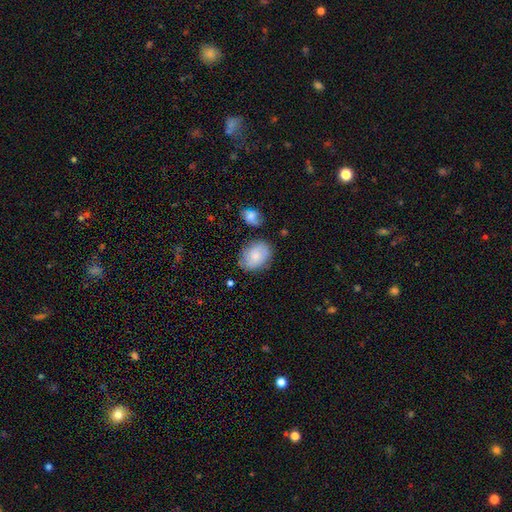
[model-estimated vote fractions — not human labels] This is likely a smooth galaxy (71%). How rounded: likely in between (68%). Merging: likely none (73%).